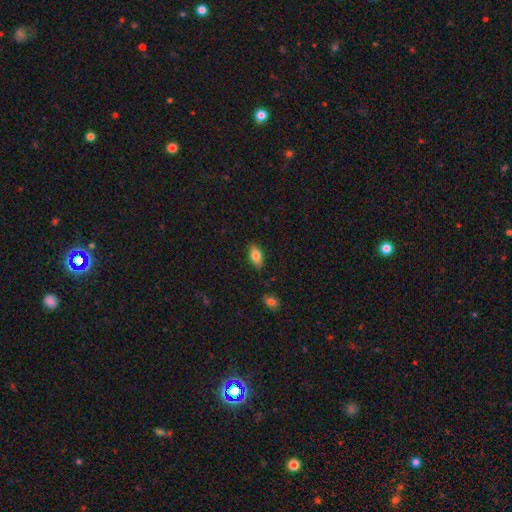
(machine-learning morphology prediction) Smooth or featured? smooth (80%)
How rounded? in between (89%)
Merging? none (85%)